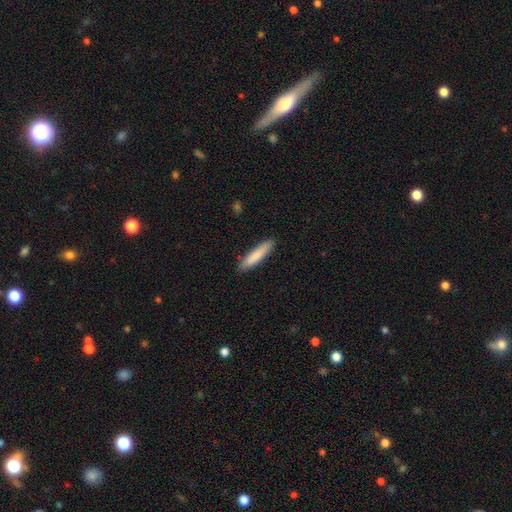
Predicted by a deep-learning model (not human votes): smooth_or_featured: smooth (p=0.83) [alt: featured or disk p=0.12]
how_rounded: cigar-shaped (p=0.84) [alt: in between p=0.15]
merging: none (p=0.88) [alt: minor disturbance p=0.09]